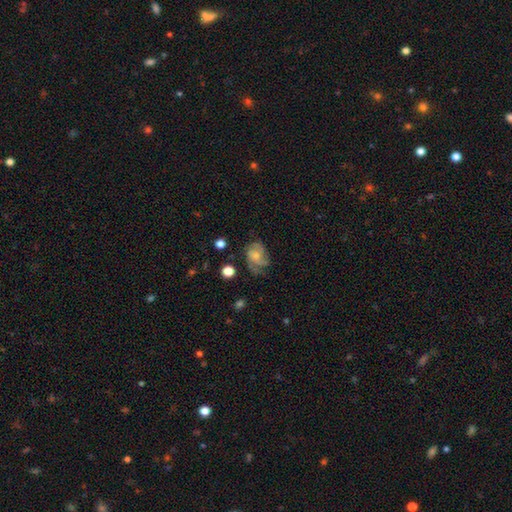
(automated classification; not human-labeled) Q: Smooth or featured?
A: featured or disk (68%); runner-up: smooth (24%)
Q: Edge-on disk?
A: no (98%); runner-up: yes (2%)
Q: Bar?
A: no (70%); runner-up: weak (26%)
Q: Spiral arms?
A: yes (91%); runner-up: no (9%)
Q: Spiral winding?
A: medium (45%); runner-up: tight (38%)
Q: Spiral arm count?
A: 3 (39%); runner-up: 2 (24%)
Q: Bulge size?
A: small (40%); runner-up: moderate (34%)
Q: Merging?
A: none (56%); runner-up: minor disturbance (24%)